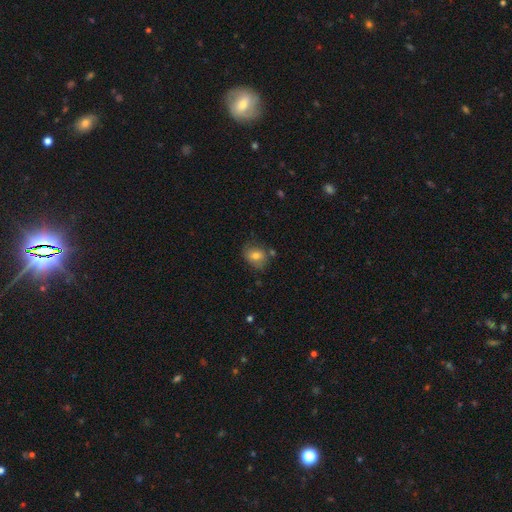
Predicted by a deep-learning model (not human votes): Morphology: type=smooth (71%); roundness=round (51%); merging=none (66%).